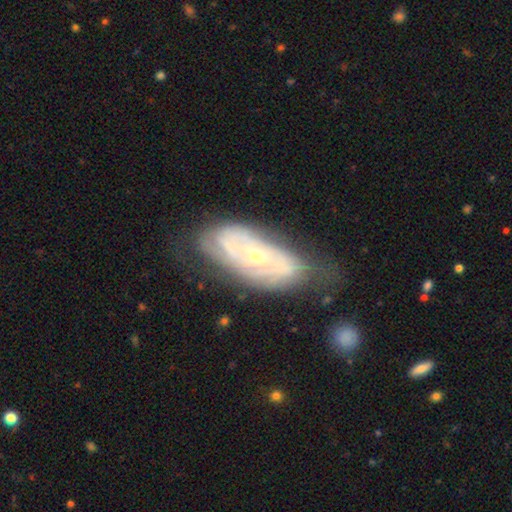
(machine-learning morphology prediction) Smooth or featured? featured or disk (77%)
Edge-on disk? no (91%)
Bar? no (71%)
Spiral arms? yes (82%)
Spiral winding? tight (66%)
Spiral arm count? can't tell (46%)
Bulge size? small (62%)
Merging? none (54%)